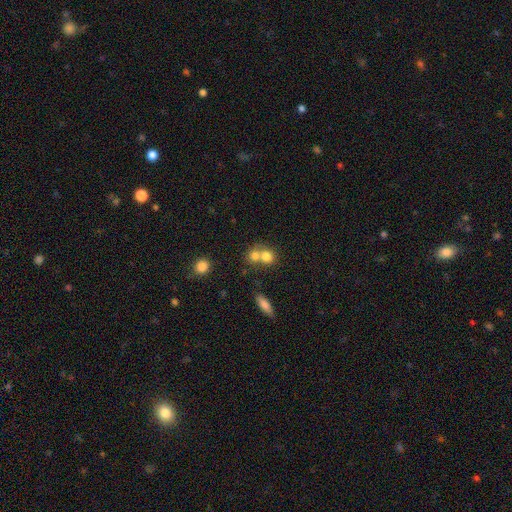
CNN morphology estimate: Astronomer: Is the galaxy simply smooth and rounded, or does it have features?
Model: smooth — 75%.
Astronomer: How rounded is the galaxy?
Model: round — 75%.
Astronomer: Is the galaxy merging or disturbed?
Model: merger — 58%.